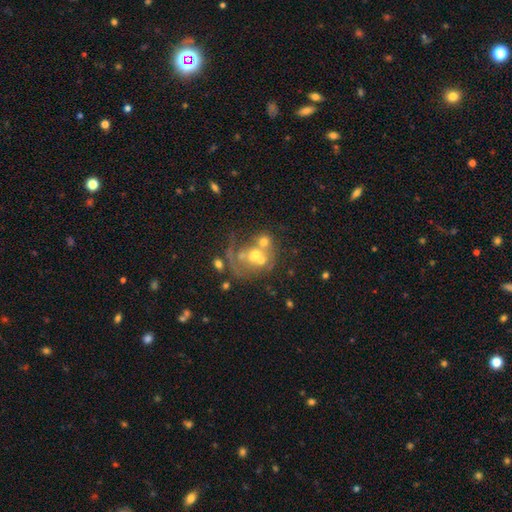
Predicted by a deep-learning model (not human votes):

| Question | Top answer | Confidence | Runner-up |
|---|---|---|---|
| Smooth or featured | featured or disk | 56% | smooth (28%) |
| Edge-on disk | no | 97% | yes (3%) |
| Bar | no | 86% | weak (11%) |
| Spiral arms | no | 75% | yes (25%) |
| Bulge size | moderate | 48% | small (21%) |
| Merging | merger | 50% | none (22%) |